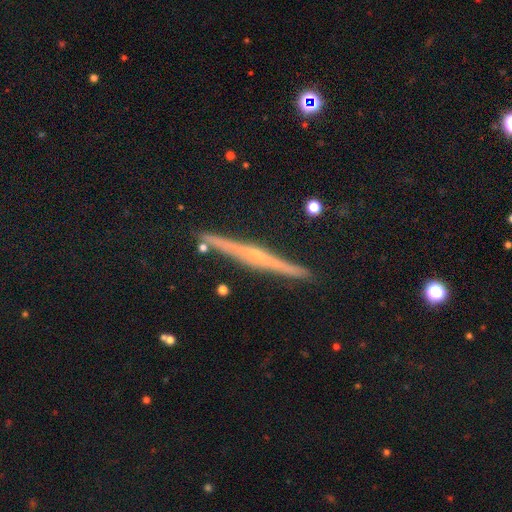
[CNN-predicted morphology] smooth_or_featured: featured or disk (p=0.77) [alt: smooth p=0.15]
disk_edge_on: yes (p=0.98) [alt: no p=0.02]
edge_on_bulge: rounded (p=0.50) [alt: none p=0.42]
merging: none (p=0.90) [alt: minor disturbance p=0.07]